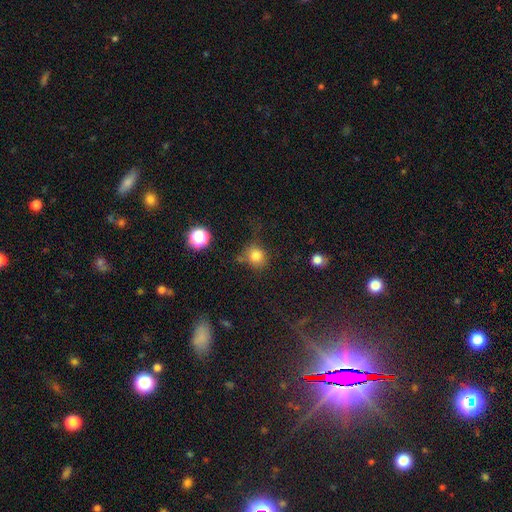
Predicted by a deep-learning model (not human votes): smooth-or-featured: smooth: 79% | star or artifact: 14% | featured or disk: 7%
  how-rounded: round: 86% | in between: 13% | cigar-shaped: 1%
  merging: none: 67% | minor disturbance: 19% | major disturbance: 8% | merger: 7%